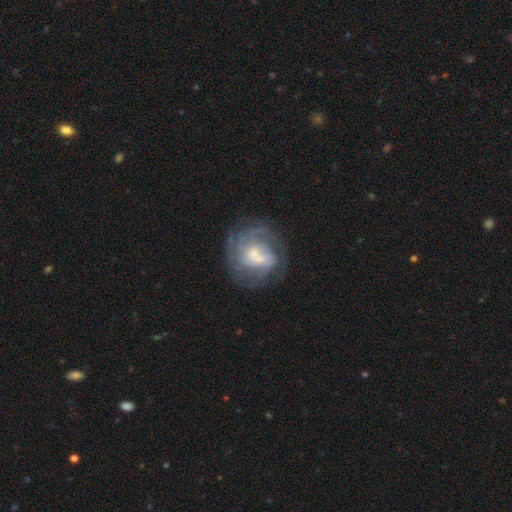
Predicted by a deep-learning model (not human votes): This appears to be a featured or disk galaxy (68%) with no bar (61%), tight (50%) spiral arms (75%) and a moderate central bulge (37%). Merging: none (61%).